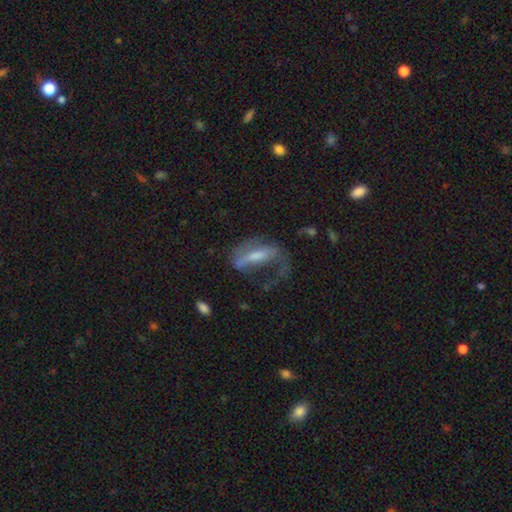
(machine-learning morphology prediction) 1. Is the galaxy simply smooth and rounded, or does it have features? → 59% featured or disk, 32% smooth, 10% star or artifact.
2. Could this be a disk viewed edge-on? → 80% no, 20% yes.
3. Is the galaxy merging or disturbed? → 48% major disturbance, 31% none, 18% minor disturbance, 3% merger.